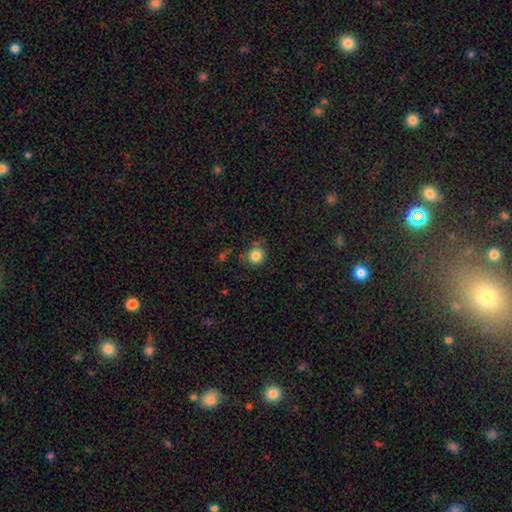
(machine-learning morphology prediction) The model was most divided on "merging": none: 74%, minor disturbance: 17%, major disturbance: 5%, merger: 4%. More confident: how rounded — round (87%); smooth or featured — smooth (84%).